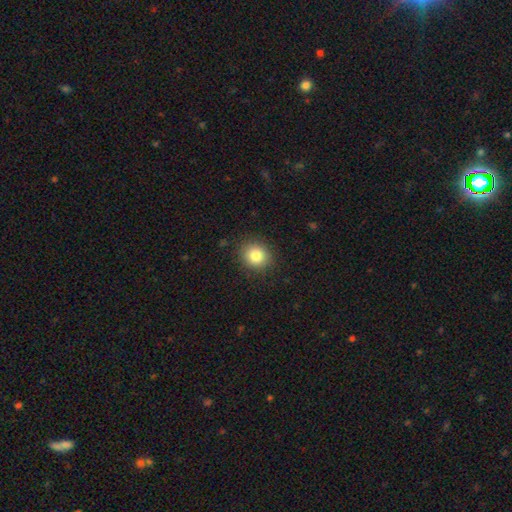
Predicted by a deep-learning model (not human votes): Q: Smooth or featured?
A: smooth (83%); runner-up: star or artifact (10%)
Q: How rounded?
A: round (80%); runner-up: in between (19%)
Q: Merging?
A: none (89%); runner-up: minor disturbance (8%)